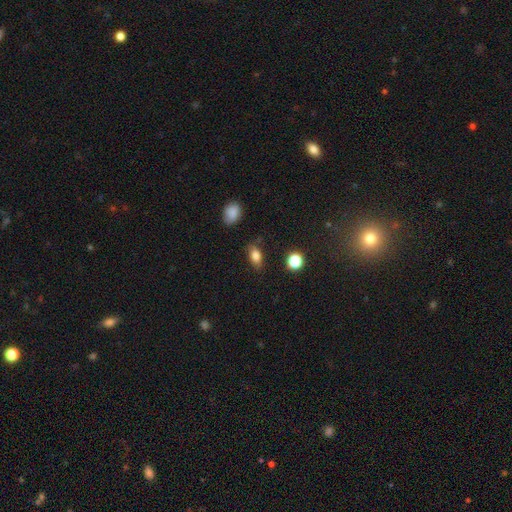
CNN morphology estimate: smooth 81%, star or artifact 10%, featured or disk 10%. Down the decision tree: how rounded — in between (84%); merging — none (79%).